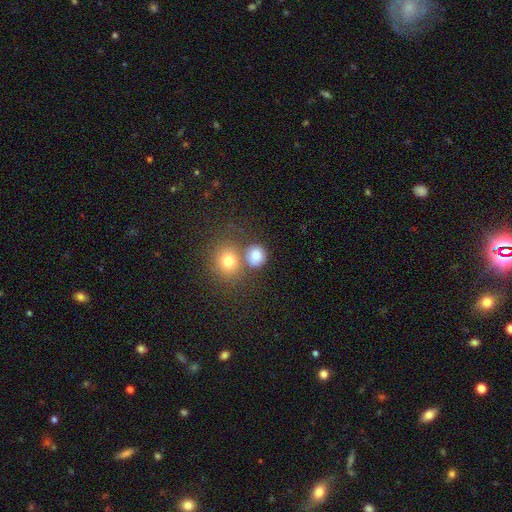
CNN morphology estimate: Smooth or featured? smooth (81%)
How rounded? round (78%)
Merging? none (57%)